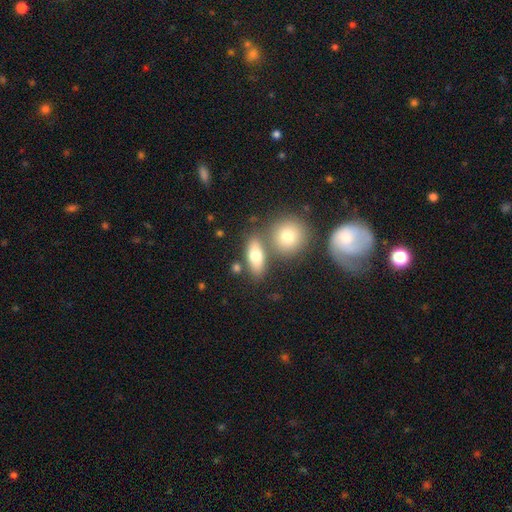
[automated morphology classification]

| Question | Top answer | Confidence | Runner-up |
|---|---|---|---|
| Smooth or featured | smooth | 73% | featured or disk (18%) |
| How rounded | in between | 73% | cigar-shaped (14%) |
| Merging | none | 63% | merger (22%) |